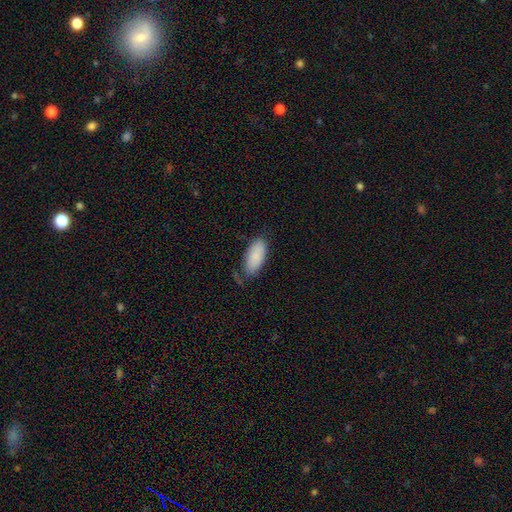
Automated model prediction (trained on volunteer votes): smooth_or_featured: smooth (p=0.88) [alt: featured or disk p=0.06]
how_rounded: in between (p=0.90) [alt: cigar-shaped p=0.09]
merging: none (p=0.68) [alt: minor disturbance p=0.24]